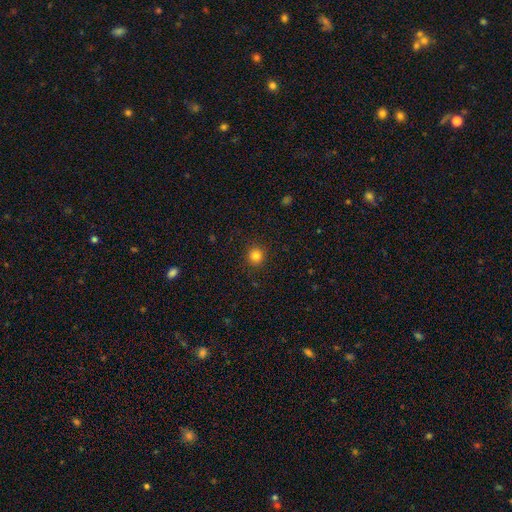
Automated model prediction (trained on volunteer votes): Q: Smooth or featured?
A: smooth (83%); runner-up: star or artifact (12%)
Q: How rounded?
A: round (94%); runner-up: in between (5%)
Q: Merging?
A: none (91%); runner-up: minor disturbance (6%)